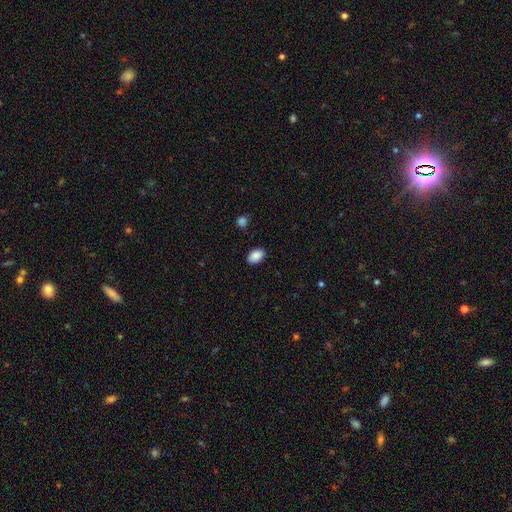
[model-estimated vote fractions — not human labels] Overall: smooth (89%). How rounded: in between (90%). Merging: none (88%).